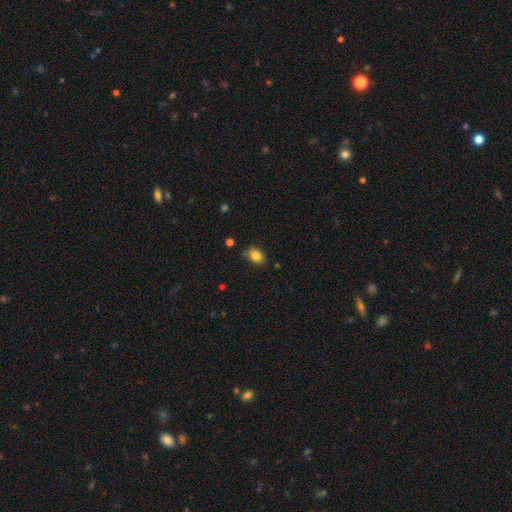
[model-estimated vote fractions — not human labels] Smooth or featured? Predicted: smooth (p=0.85). How rounded? Predicted: in between (p=0.79). Merging? Predicted: none (p=0.75).